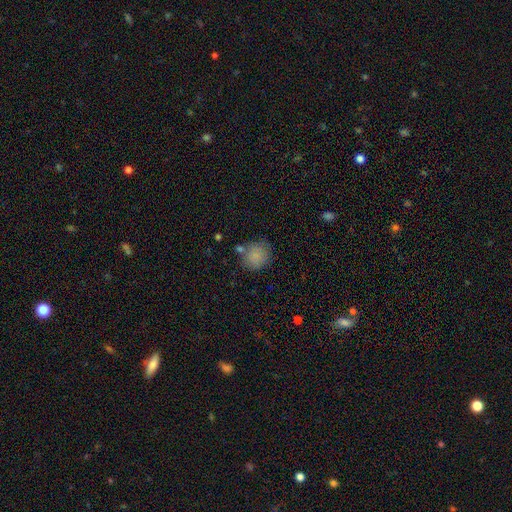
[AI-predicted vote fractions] smooth_or_featured: smooth (p=0.84) [alt: star or artifact p=0.09]
how_rounded: round (p=0.77) [alt: in between p=0.22]
merging: none (p=0.69) [alt: minor disturbance p=0.16]